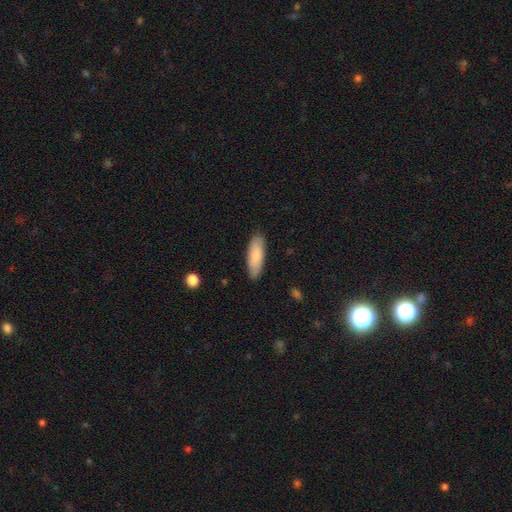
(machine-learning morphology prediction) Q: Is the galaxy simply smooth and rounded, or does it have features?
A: smooth — 84%.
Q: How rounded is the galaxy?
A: in between — 64%.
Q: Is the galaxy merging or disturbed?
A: none — 88%.